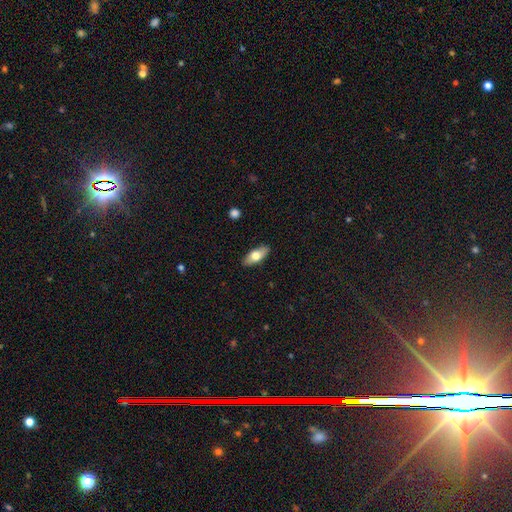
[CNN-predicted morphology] This is likely a smooth galaxy (66%). How rounded: clearly in between (81%). Merging: clearly none (89%).